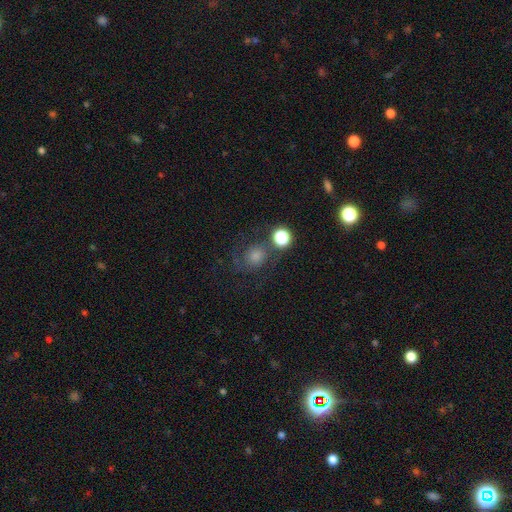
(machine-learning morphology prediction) This is marginally a smooth galaxy (44%). Merging: likely none (65%).